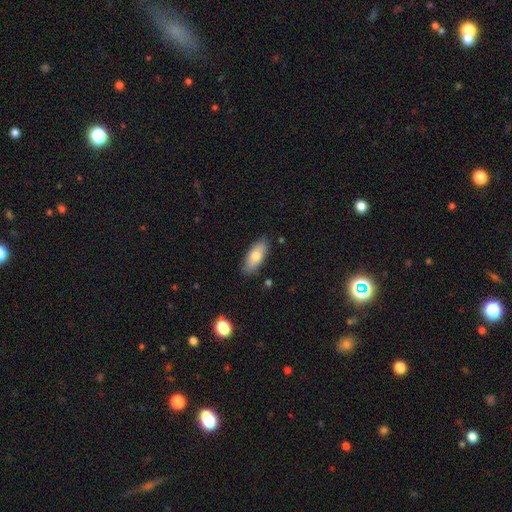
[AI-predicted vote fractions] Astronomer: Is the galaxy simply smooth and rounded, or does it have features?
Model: smooth — 76%.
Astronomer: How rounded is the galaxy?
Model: in between — 81%.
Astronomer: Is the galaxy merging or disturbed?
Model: none — 85%.